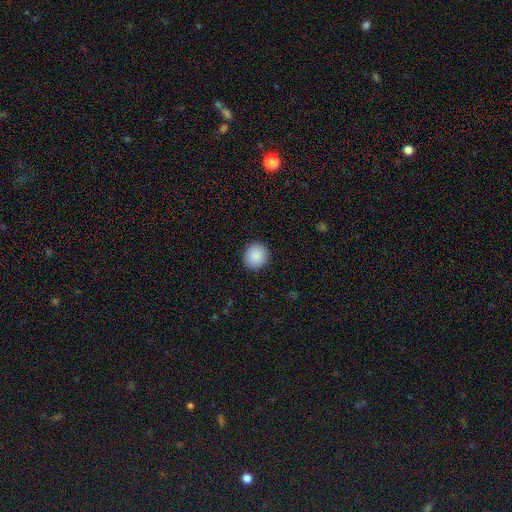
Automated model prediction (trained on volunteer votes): Smooth or featured? smooth (89%)
How rounded? round (92%)
Merging? none (92%)